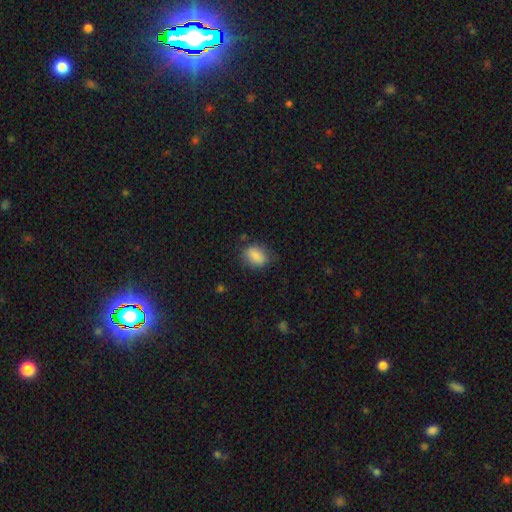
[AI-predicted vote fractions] Smooth or featured? Predicted: smooth (p=0.84). How rounded? Predicted: in between (p=0.73). Merging? Predicted: none (p=0.71).